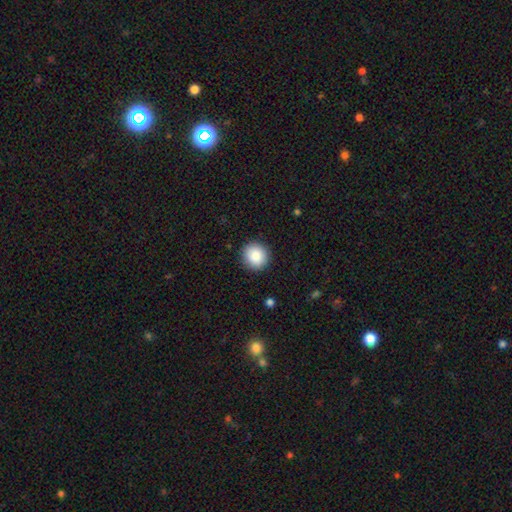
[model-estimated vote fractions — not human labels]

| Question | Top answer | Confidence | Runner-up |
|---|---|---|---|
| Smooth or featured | smooth | 88% | star or artifact (8%) |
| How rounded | round | 92% | in between (7%) |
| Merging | none | 91% | minor disturbance (6%) |